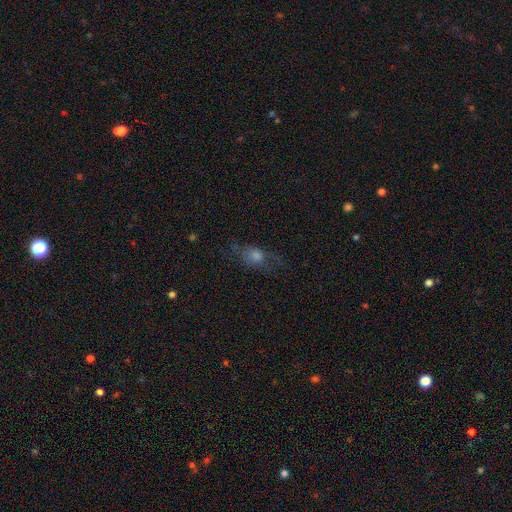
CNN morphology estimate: type=smooth (45%); merging=none (61%).